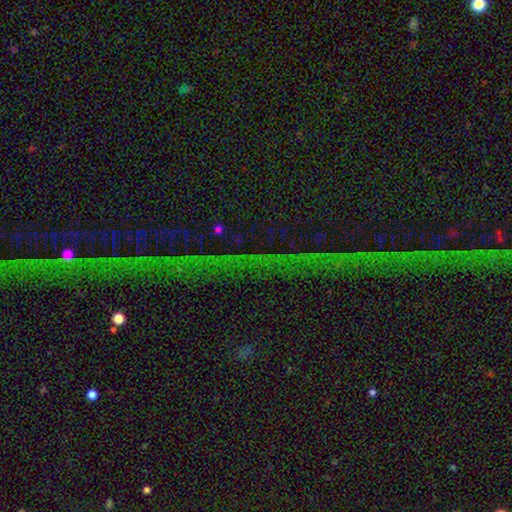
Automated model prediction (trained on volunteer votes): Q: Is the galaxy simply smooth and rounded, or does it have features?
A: star or artifact — 83%.